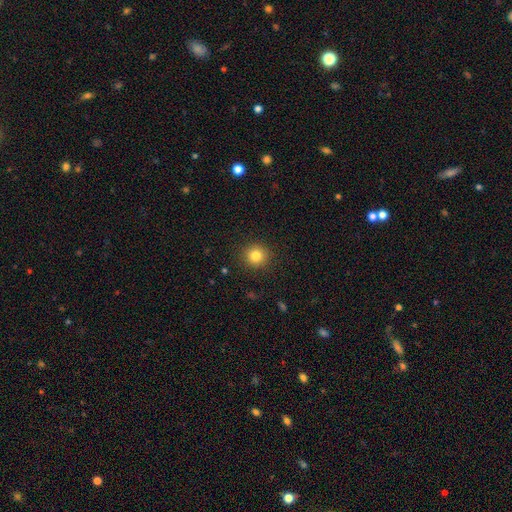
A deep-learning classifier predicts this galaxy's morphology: Smooth or featured? Predicted: smooth (p=0.82). How rounded? Predicted: round (p=0.92). Merging? Predicted: none (p=0.91).